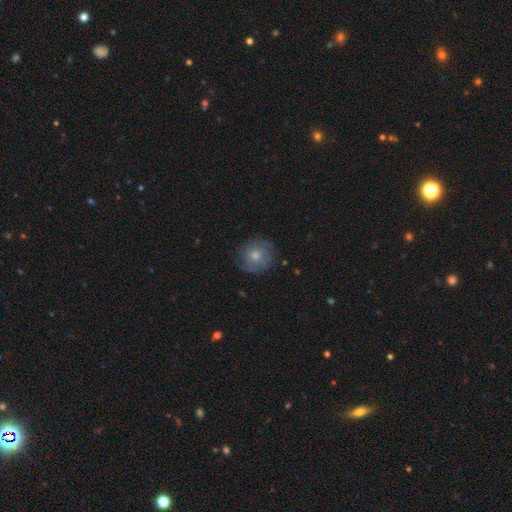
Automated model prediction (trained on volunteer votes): Smooth or featured: smooth — 52% (featured or disk — 40%)
How rounded: round — 89% (in between — 10%)
Merging: none — 75% (minor disturbance — 17%)